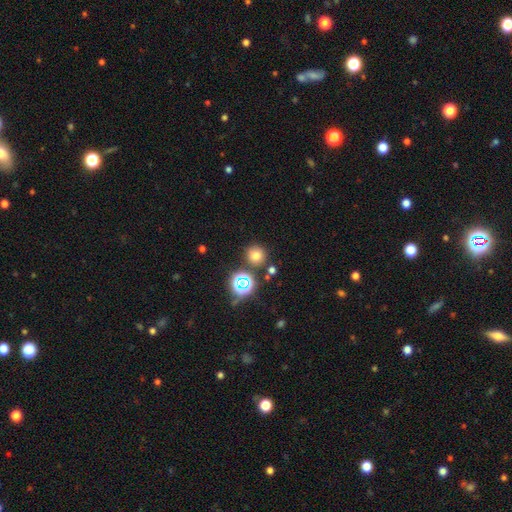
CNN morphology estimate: smooth_or_featured: smooth (p=0.70) [alt: star or artifact p=0.23]
how_rounded: round (p=0.91) [alt: in between p=0.08]
merging: none (p=0.81) [alt: minor disturbance p=0.08]